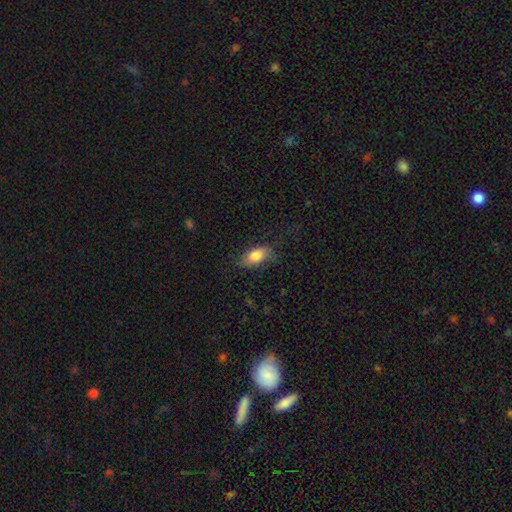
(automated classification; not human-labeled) smooth-or-featured: smooth: 80% | featured or disk: 13% | star or artifact: 7%
  how-rounded: in between: 88% | cigar-shaped: 7% | round: 5%
  merging: none: 72% | minor disturbance: 19% | major disturbance: 8% | merger: 1%